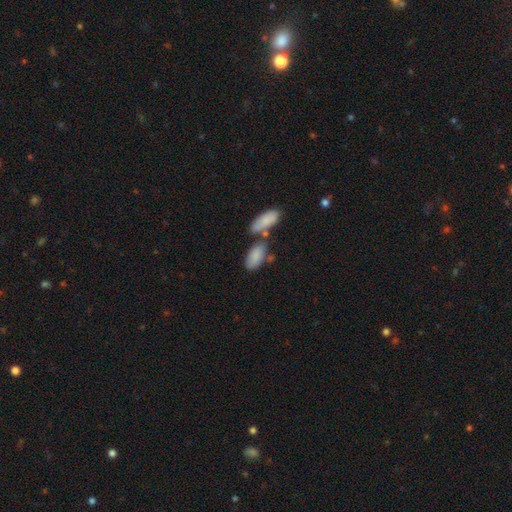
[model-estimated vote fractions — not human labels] Smooth or featured? smooth (83%)
How rounded? in between (89%)
Merging? none (49%)